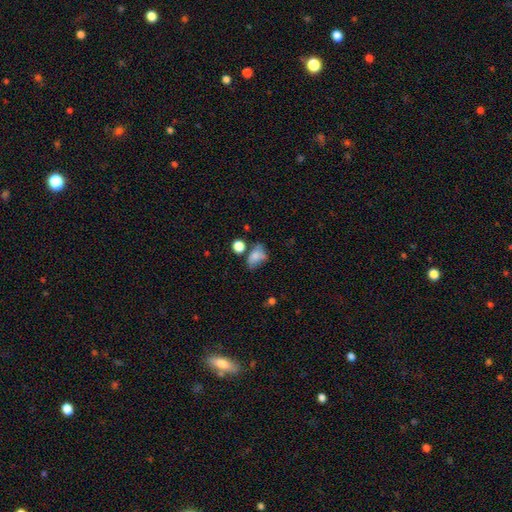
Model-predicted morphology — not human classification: smooth_or_featured: smooth (p=0.73) [alt: featured or disk p=0.15]
how_rounded: in between (p=0.77) [alt: round p=0.21]
merging: none (p=0.36) [alt: minor disturbance p=0.28]